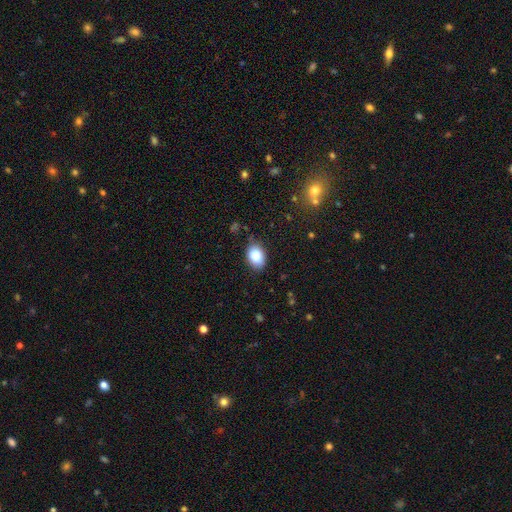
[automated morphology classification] This appears to be a smooth galaxy with no disk features (85%) that is in between round and cigar-shaped (83%). Merging: none (82%).